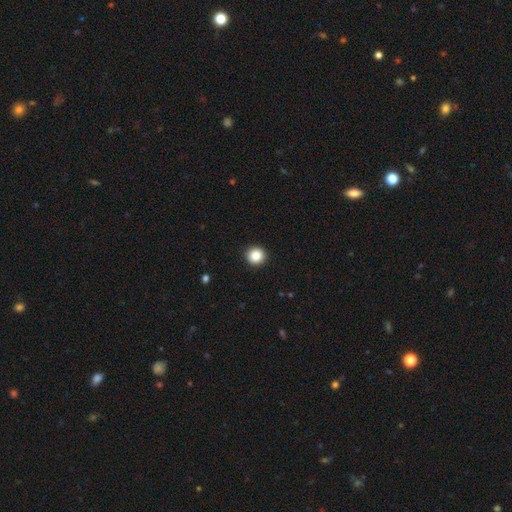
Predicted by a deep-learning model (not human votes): A smooth galaxy with no disk features (86%) that is round (95%).

Vote fractions:
- Smooth or featured? smooth: 86% / star or artifact: 10% / featured or disk: 4%
- How rounded? round: 95% / in between: 4% / cigar-shaped: 1%
- Merging? none: 94% / minor disturbance: 4% / major disturbance: 1% / merger: 1%